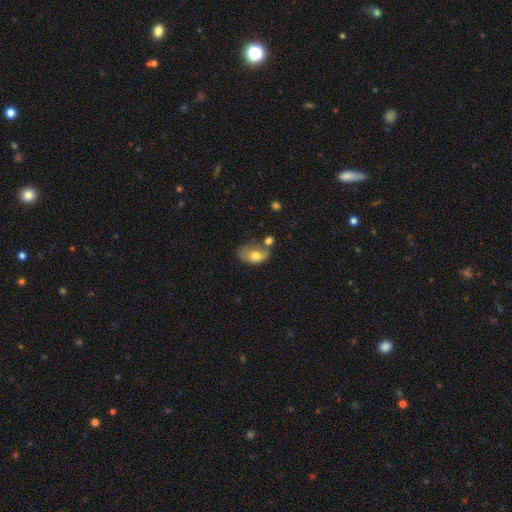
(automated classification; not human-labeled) The model was most divided on "merging": minor disturbance: 28%, none: 25%, merger: 23%, major disturbance: 23%. More confident: how rounded — in between (86%); smooth or featured — smooth (67%).